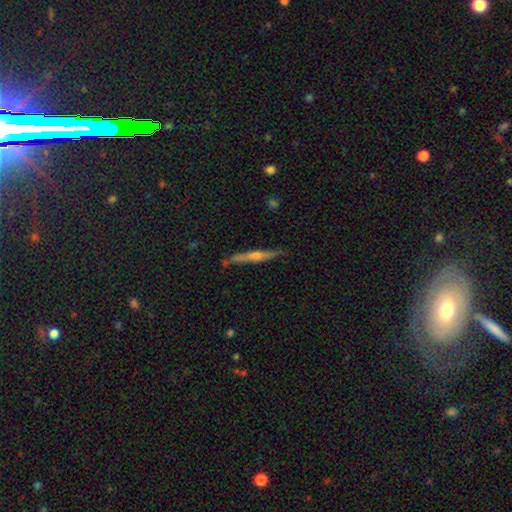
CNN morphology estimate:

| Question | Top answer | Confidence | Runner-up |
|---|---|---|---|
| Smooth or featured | featured or disk | 67% | smooth (20%) |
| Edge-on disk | yes | 94% | no (6%) |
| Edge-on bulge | rounded | 77% | none (15%) |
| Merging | none | 85% | minor disturbance (11%) |